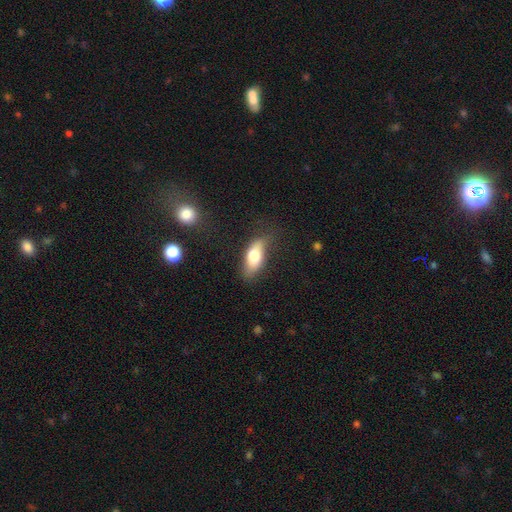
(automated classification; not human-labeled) A smooth galaxy with no disk features (63%) that is in between round and cigar-shaped (73%). Merging: none (66%).